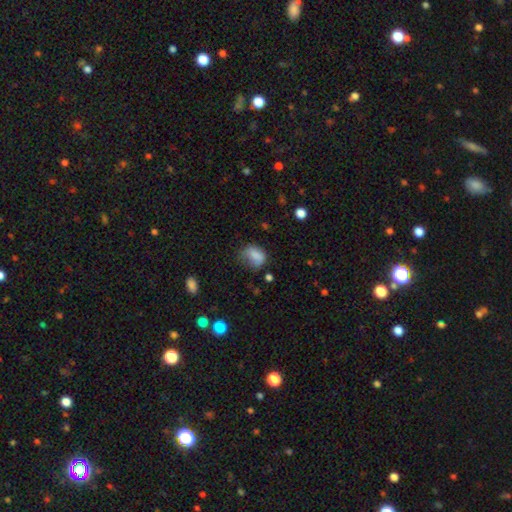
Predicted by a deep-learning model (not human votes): This is likely a smooth galaxy (79%). How rounded: likely in between (69%). Merging: marginally none (39%).